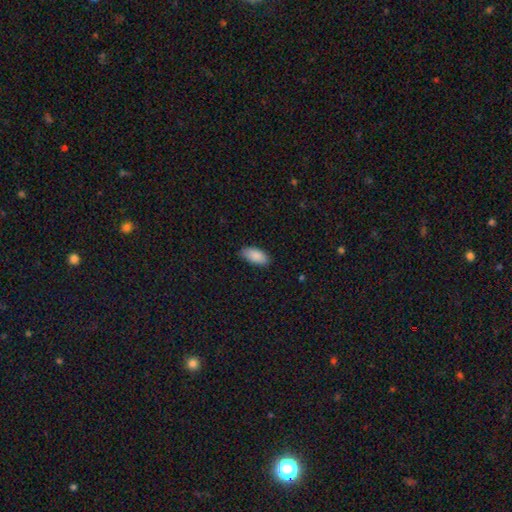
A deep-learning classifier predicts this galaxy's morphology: This appears to be a smooth galaxy with no disk features (89%) that is in between round and cigar-shaped (92%). Merging: none (80%).